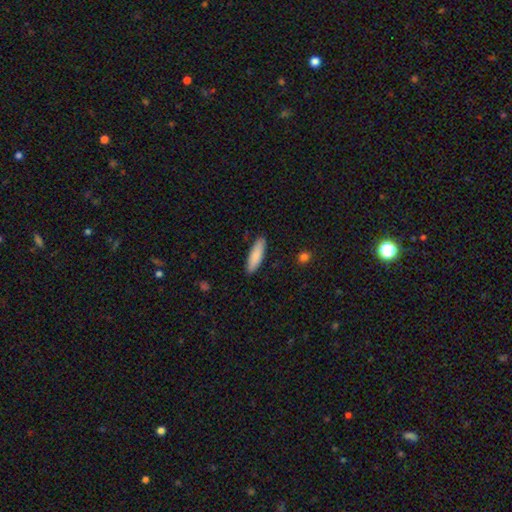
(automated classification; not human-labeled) Overall: smooth (84%). How rounded: cigar-shaped (56%; in between 42%). Merging: none (89%).